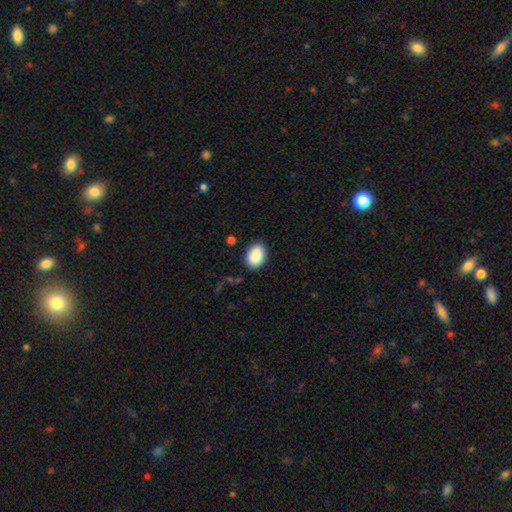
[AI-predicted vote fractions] Smooth or featured?
  - smooth: 90% *
  - star or artifact: 7%
  - featured or disk: 3%
How rounded?
  - in between: 83% *
  - round: 16%
  - cigar-shaped: 1%
Merging?
  - none: 87% *
  - minor disturbance: 10%
  - major disturbance: 2%
  - merger: 1%